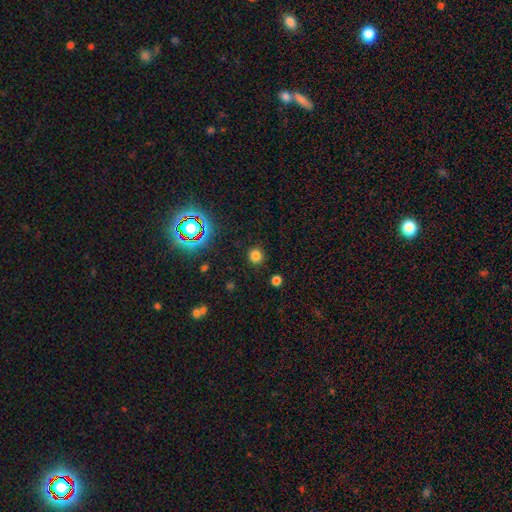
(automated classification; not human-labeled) Smooth or featured? smooth (78%)
How rounded? round (91%)
Merging? none (90%)